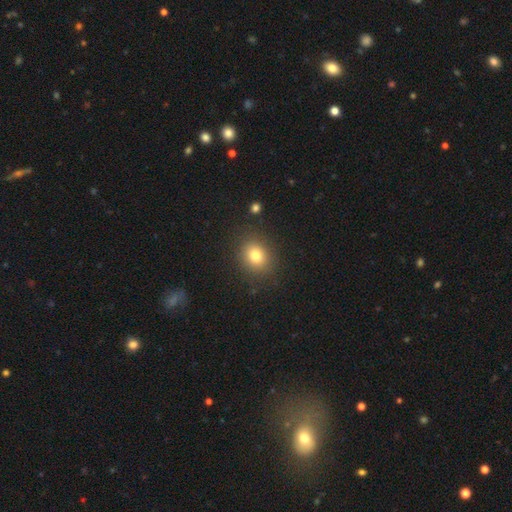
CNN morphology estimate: This appears to be a smooth galaxy with no disk features (78%) that is round (65%). Merging: none (86%).